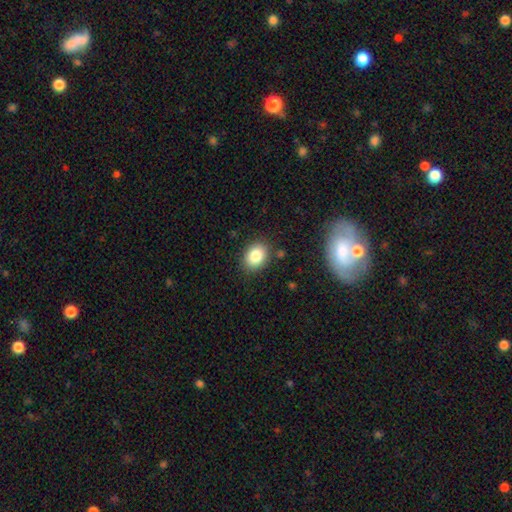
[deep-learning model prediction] smooth 83%, star or artifact 9%, featured or disk 8%. Down the decision tree: how rounded — in between (64%); merging — none (85%).